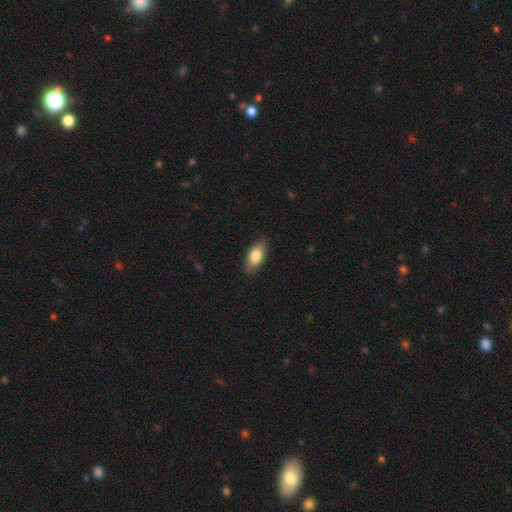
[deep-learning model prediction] Smooth or featured? Predicted: smooth (p=0.83). How rounded? Predicted: in between (p=0.89). Merging? Predicted: none (p=0.86).